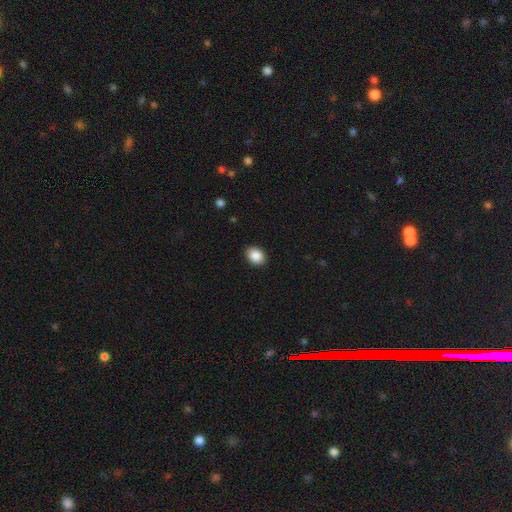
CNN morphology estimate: Smooth or featured?
  - smooth: 87% *
  - star or artifact: 8%
  - featured or disk: 5%
How rounded?
  - in between: 65% *
  - round: 34%
  - cigar-shaped: 1%
Merging?
  - none: 90% *
  - minor disturbance: 7%
  - major disturbance: 2%
  - merger: 1%